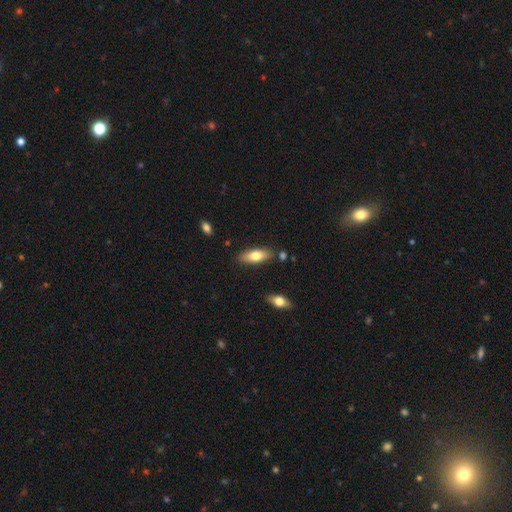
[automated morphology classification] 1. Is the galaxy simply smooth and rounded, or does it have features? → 72% smooth, 22% featured or disk, 6% star or artifact.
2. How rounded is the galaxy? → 68% in between, 30% cigar-shaped, 2% round.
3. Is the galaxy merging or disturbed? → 82% none, 12% minor disturbance, 4% merger, 2% major disturbance.